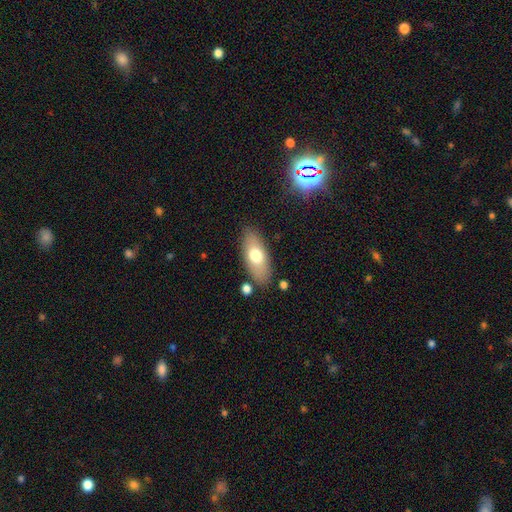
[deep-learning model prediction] Smooth or featured? Predicted: smooth (p=0.69). How rounded? Predicted: in between (p=0.82). Merging? Predicted: none (p=0.83).